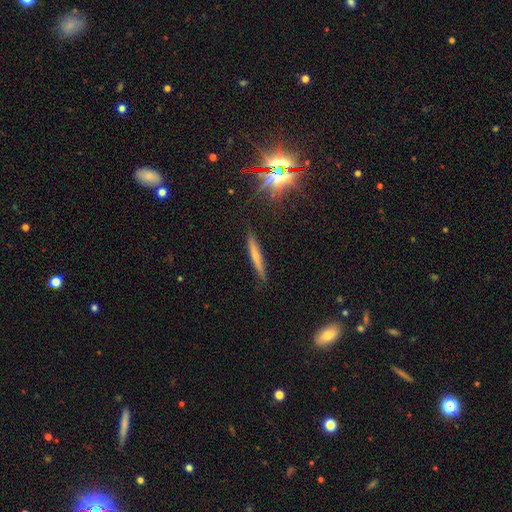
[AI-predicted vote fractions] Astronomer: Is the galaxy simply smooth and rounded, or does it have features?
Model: smooth — 58%.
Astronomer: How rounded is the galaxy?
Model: cigar-shaped — 94%.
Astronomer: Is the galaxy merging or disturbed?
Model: none — 88%.